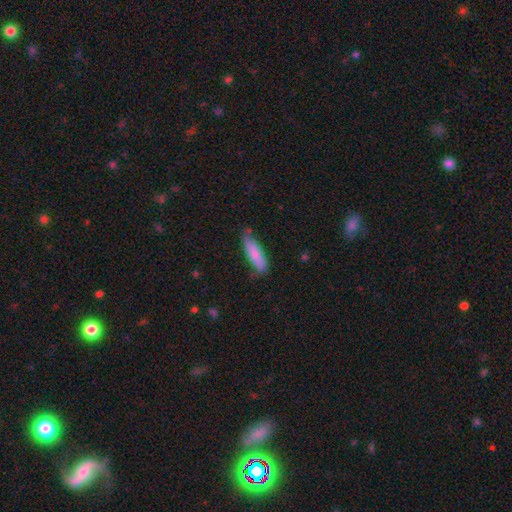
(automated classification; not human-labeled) smooth-or-featured: smooth: 82% | featured or disk: 13% | star or artifact: 6%
  how-rounded: cigar-shaped: 60% | in between: 38% | round: 2%
  merging: none: 66% | minor disturbance: 27% | major disturbance: 5% | merger: 3%